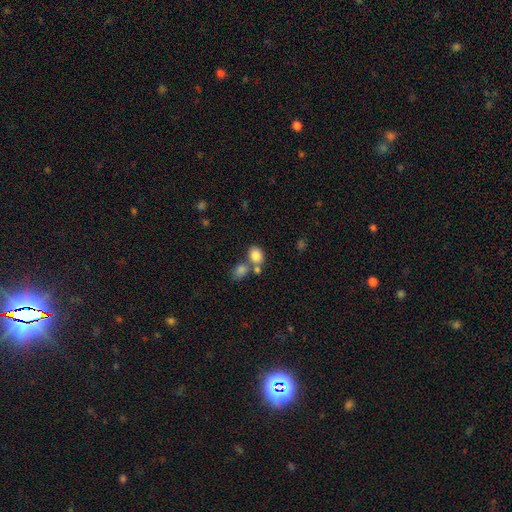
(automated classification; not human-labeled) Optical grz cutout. It shows a smooth galaxy with no disk features (83%) that is in between round and cigar-shaped (52%). Merging: none (51%).